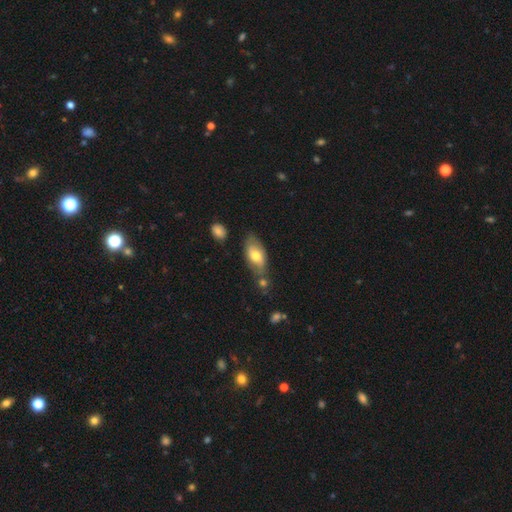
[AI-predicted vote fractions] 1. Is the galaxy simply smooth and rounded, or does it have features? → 58% smooth, 35% featured or disk, 6% star or artifact.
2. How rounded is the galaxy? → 90% in between, 6% cigar-shaped, 4% round.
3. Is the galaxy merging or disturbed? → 58% none, 24% minor disturbance, 12% merger, 7% major disturbance.